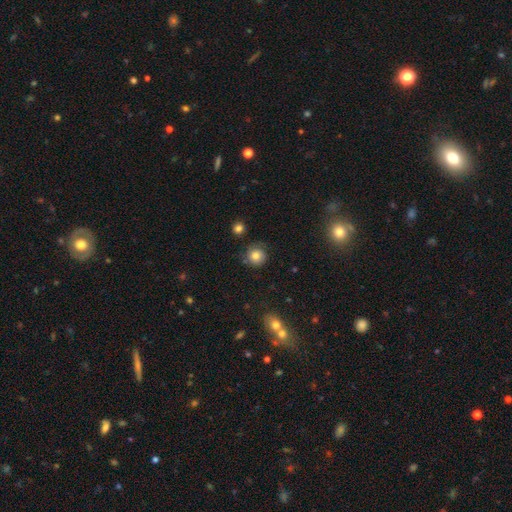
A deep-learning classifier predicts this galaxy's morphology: The model was most divided on "smooth or featured": smooth: 70%, featured or disk: 19%, star or artifact: 11%. More confident: how rounded — round (89%); merging — none (71%).